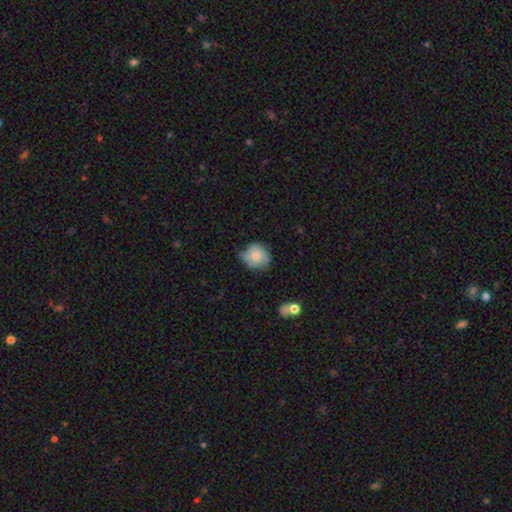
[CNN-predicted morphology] smooth-or-featured: smooth: 60% | featured or disk: 32% | star or artifact: 8%
  how-rounded: round: 77% | in between: 22% | cigar-shaped: 1%
  merging: none: 54% | minor disturbance: 34% | major disturbance: 9% | merger: 3%